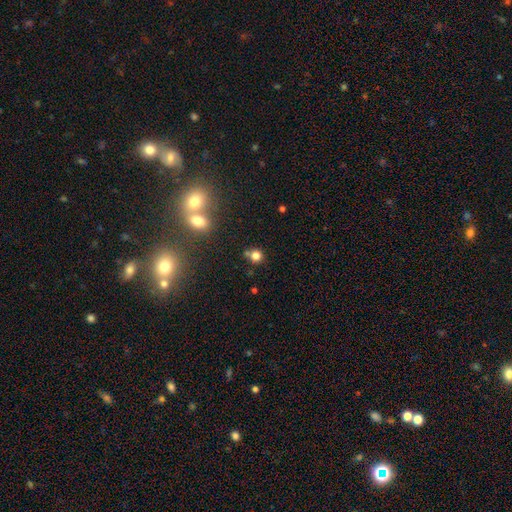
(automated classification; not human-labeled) A smooth galaxy with no disk features (78%) that is round (86%).

Vote fractions:
- Smooth or featured? smooth: 78% / star or artifact: 15% / featured or disk: 7%
- How rounded? round: 86% / in between: 13% / cigar-shaped: 1%
- Merging? none: 64% / merger: 20% / minor disturbance: 12% / major disturbance: 4%